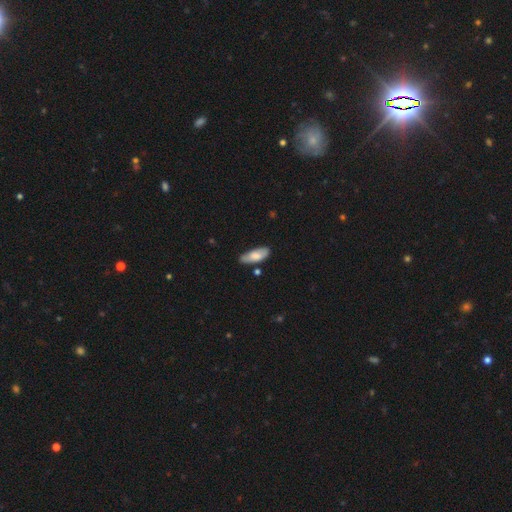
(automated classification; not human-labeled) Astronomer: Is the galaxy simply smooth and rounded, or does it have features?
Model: smooth — 75%.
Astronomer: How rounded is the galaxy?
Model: in between — 78%.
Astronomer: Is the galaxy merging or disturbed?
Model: none — 71%.